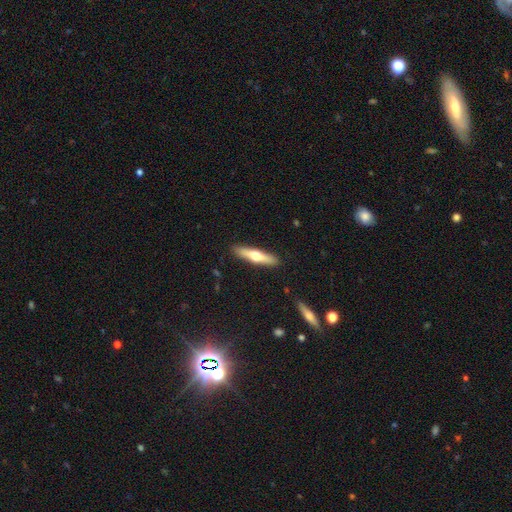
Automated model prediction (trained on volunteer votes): A smooth galaxy with no disk features (49%).

Vote fractions:
- Smooth or featured? smooth: 49% / featured or disk: 46% / star or artifact: 5%
- Merging? none: 90% / minor disturbance: 7% / major disturbance: 2% / merger: 1%